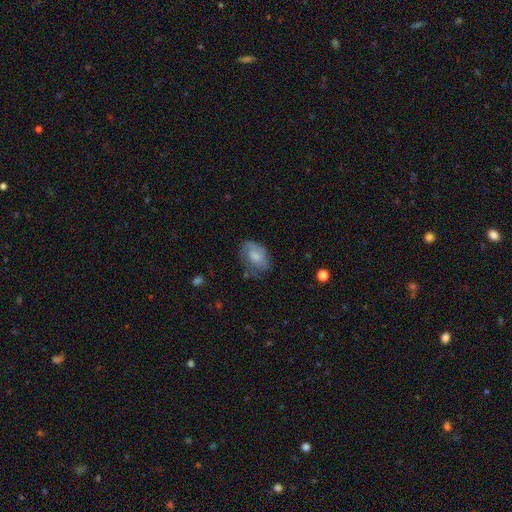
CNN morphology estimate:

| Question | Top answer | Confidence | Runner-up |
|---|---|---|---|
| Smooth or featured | smooth | 54% | featured or disk (38%) |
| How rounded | in between | 79% | round (20%) |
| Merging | none | 56% | minor disturbance (28%) |